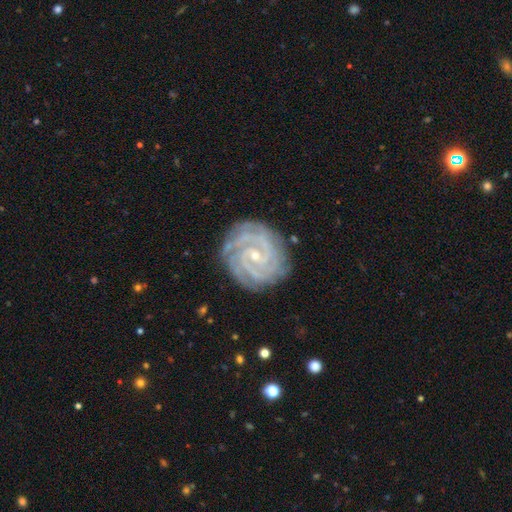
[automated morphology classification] smooth_or_featured: featured or disk (p=0.91) [alt: star or artifact p=0.05]
disk_edge_on: no (p=0.98) [alt: yes p=0.02]
bar: no (p=0.51) [alt: weak p=0.34]
has_spiral_arms: yes (p=0.99) [alt: no p=0.01]
spiral_winding: tight (p=0.83) [alt: medium p=0.15]
spiral_arm_count: 3 (p=0.27) [alt: 2 p=0.23]
bulge_size: small (p=0.80) [alt: moderate p=0.17]
merging: none (p=0.82) [alt: minor disturbance p=0.13]